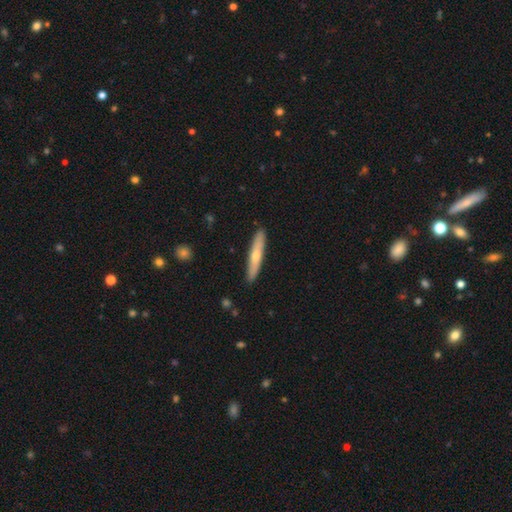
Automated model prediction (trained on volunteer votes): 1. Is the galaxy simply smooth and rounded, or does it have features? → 50% smooth, 45% featured or disk, 6% star or artifact.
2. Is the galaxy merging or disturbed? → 90% none, 7% minor disturbance, 1% major disturbance, 1% merger.